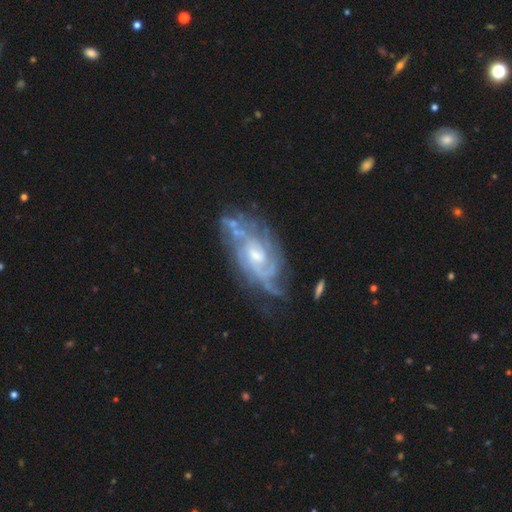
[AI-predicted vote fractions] A featured or disk galaxy (88%) with no bar (56%), tight (56%) spiral arms (96%) and a moderate central bulge (55%). Merging: none (61%).